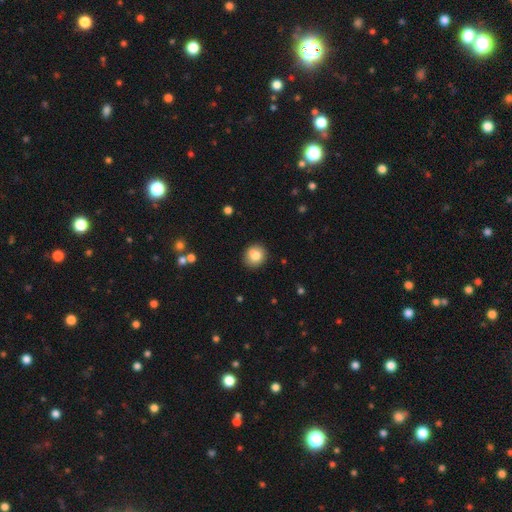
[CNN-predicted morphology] Smooth or featured?
  - smooth: 81% *
  - featured or disk: 10%
  - star or artifact: 9%
How rounded?
  - round: 81% *
  - in between: 18%
  - cigar-shaped: 1%
Merging?
  - none: 81% *
  - minor disturbance: 12%
  - merger: 4%
  - major disturbance: 3%